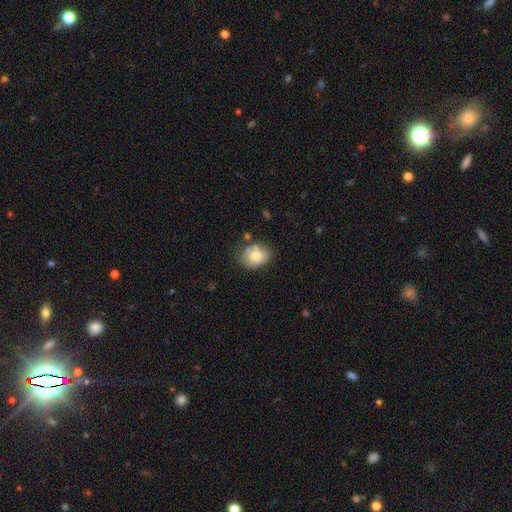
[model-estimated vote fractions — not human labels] Morphology: type=smooth (74%); roundness=in between (59%); merging=none (55%).